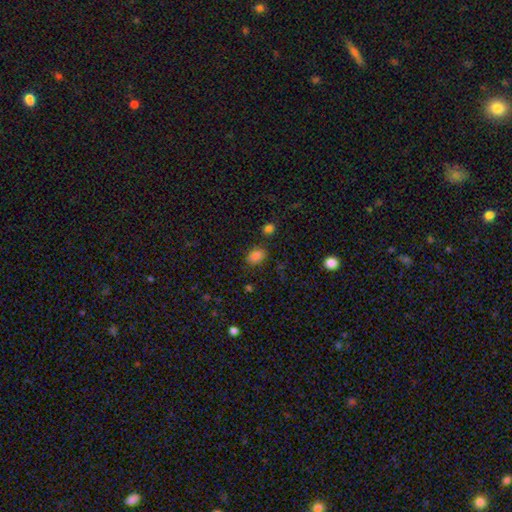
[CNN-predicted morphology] Smooth or featured: smooth — 81% (star or artifact — 14%)
How rounded: in between — 74% (round — 25%)
Merging: none — 78% (minor disturbance — 14%)